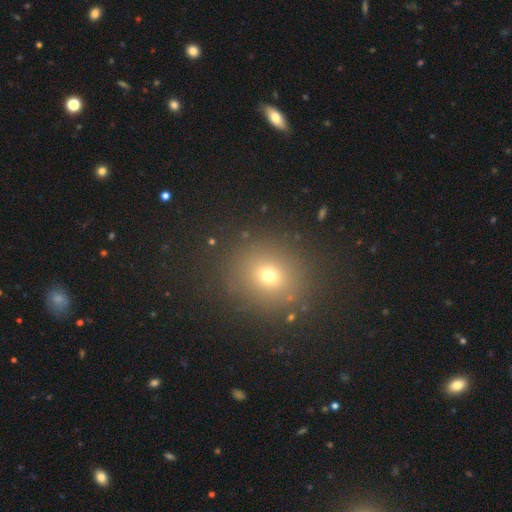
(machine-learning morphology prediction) Smooth or featured: smooth — 65% (star or artifact — 26%)
How rounded: round — 81% (in between — 18%)
Merging: none — 88% (minor disturbance — 7%)